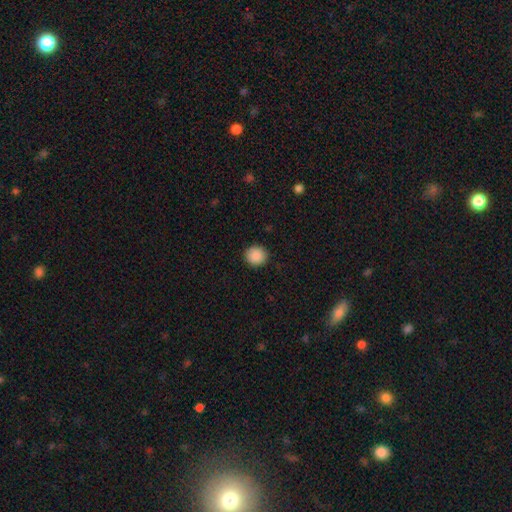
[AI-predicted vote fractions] smooth_or_featured: smooth (p=0.89) [alt: star or artifact p=0.08]
how_rounded: round (p=0.89) [alt: in between p=0.10]
merging: none (p=0.91) [alt: minor disturbance p=0.06]